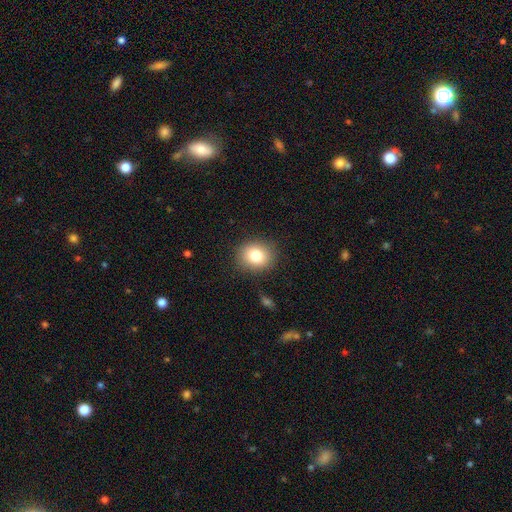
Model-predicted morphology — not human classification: Q: Smooth or featured?
A: smooth (81%); runner-up: star or artifact (10%)
Q: How rounded?
A: round (70%); runner-up: in between (29%)
Q: Merging?
A: none (88%); runner-up: minor disturbance (8%)